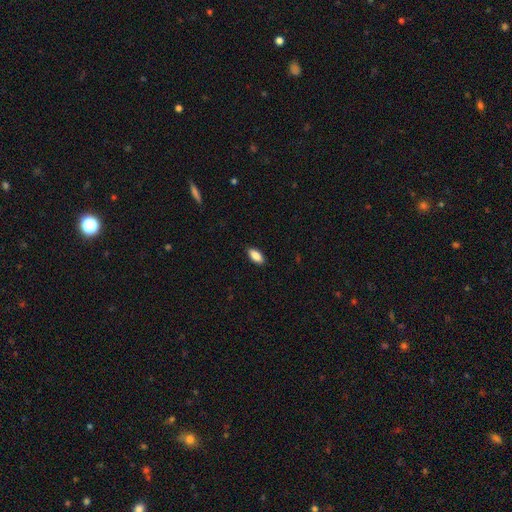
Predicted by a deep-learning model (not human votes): Smooth or featured? Predicted: smooth (p=0.88). How rounded? Predicted: in between (p=0.89). Merging? Predicted: none (p=0.88).